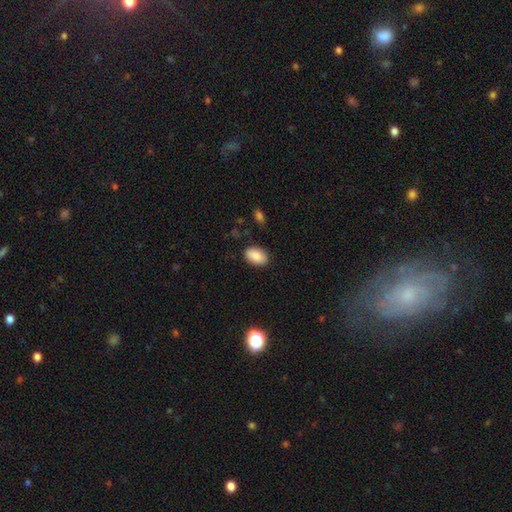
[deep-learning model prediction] Q: Smooth or featured?
A: smooth (86%); runner-up: star or artifact (7%)
Q: How rounded?
A: in between (88%); runner-up: round (11%)
Q: Merging?
A: none (84%); runner-up: minor disturbance (12%)